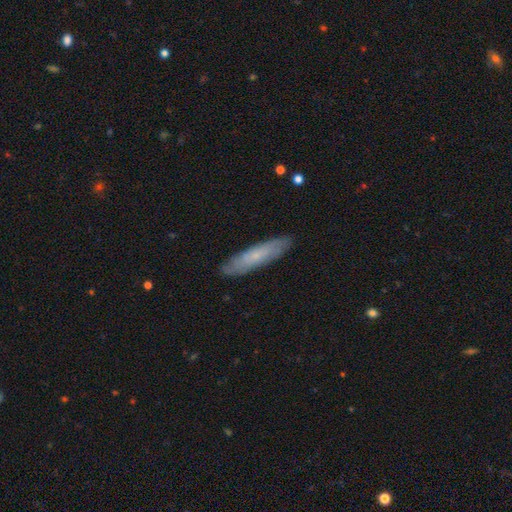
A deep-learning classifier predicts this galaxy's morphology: Smooth or featured: smooth — 55% (featured or disk — 39%)
How rounded: cigar-shaped — 81% (in between — 17%)
Merging: none — 88% (minor disturbance — 9%)